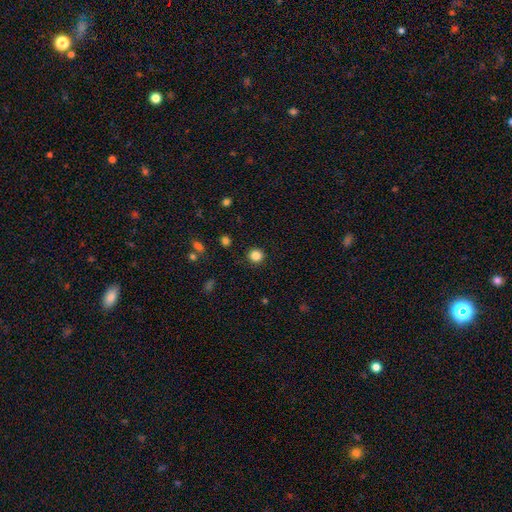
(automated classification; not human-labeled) This appears to be a smooth galaxy with no disk features (84%) that is round (90%). Merging: none (90%).